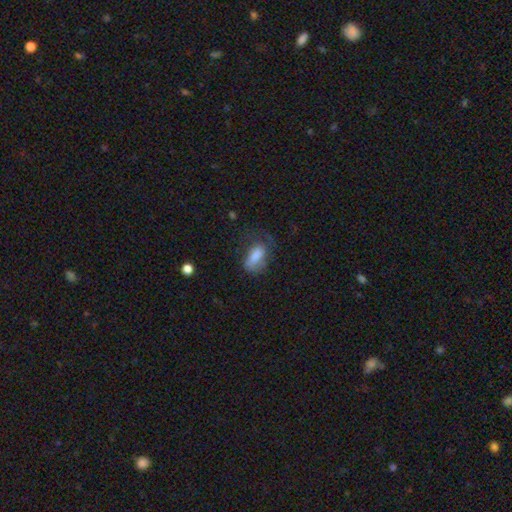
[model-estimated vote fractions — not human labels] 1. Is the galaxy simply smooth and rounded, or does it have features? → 69% smooth, 22% featured or disk, 9% star or artifact.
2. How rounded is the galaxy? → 85% in between, 10% cigar-shaped, 5% round.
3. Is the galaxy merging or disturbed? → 44% none, 28% major disturbance, 27% minor disturbance, 2% merger.